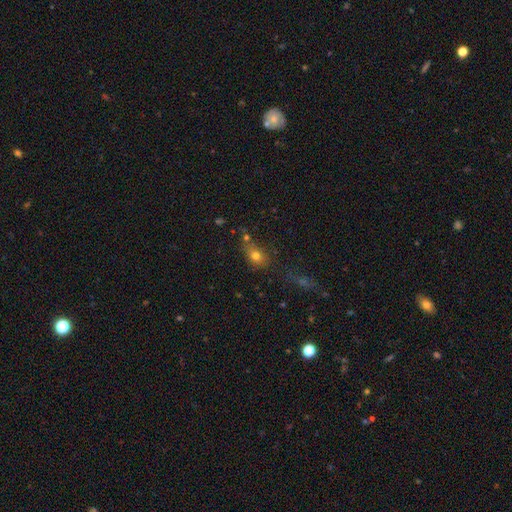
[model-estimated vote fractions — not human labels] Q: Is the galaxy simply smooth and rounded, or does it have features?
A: smooth — 73%.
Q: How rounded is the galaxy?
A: in between — 62%.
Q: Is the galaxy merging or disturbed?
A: none — 57%.